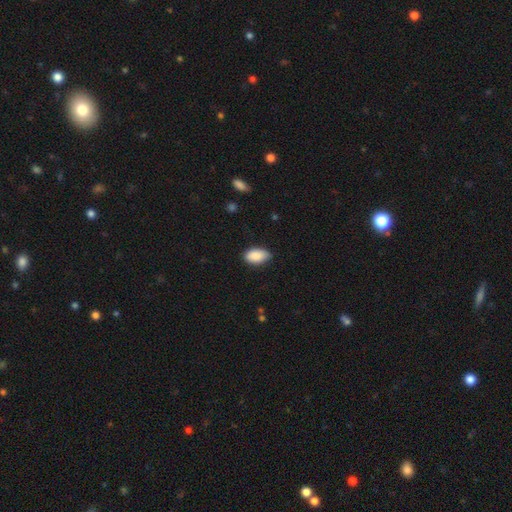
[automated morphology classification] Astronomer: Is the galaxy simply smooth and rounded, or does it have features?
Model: smooth — 89%.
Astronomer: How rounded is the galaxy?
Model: in between — 94%.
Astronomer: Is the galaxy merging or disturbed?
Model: none — 78%.